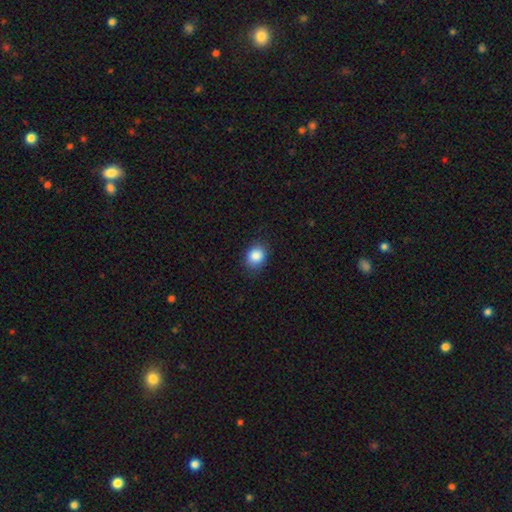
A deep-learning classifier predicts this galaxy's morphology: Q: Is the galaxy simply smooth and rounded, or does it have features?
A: smooth — 87%.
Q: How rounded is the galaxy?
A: round — 58%.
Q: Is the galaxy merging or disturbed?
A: none — 84%.